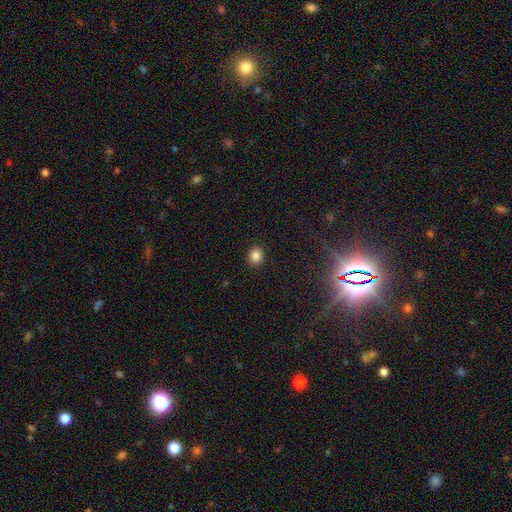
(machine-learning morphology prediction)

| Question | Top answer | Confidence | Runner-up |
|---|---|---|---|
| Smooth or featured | smooth | 84% | star or artifact (11%) |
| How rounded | round | 78% | in between (21%) |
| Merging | none | 91% | minor disturbance (6%) |